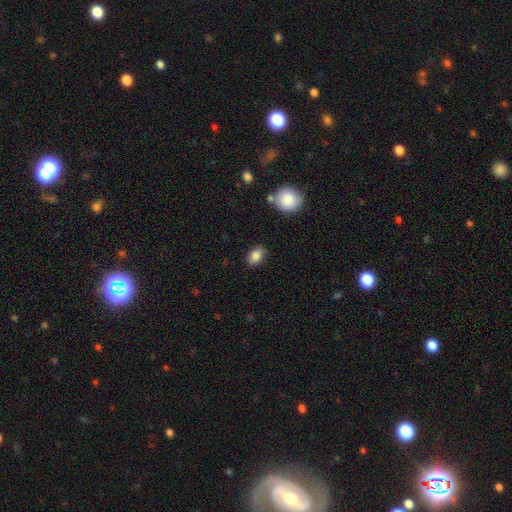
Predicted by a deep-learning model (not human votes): smooth 85%, star or artifact 8%, featured or disk 7%. Down the decision tree: how rounded — in between (85%); merging — none (83%).